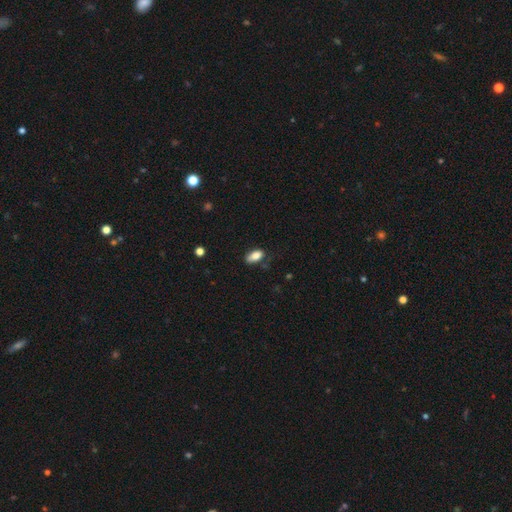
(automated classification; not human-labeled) Smooth or featured? smooth (82%)
How rounded? in between (91%)
Merging? none (67%)